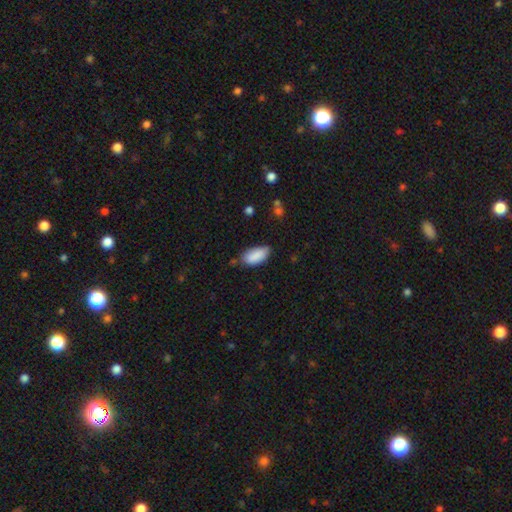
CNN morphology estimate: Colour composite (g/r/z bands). It shows a smooth galaxy with no disk features (88%) that is in between round and cigar-shaped (92%). Merging: none (65%).